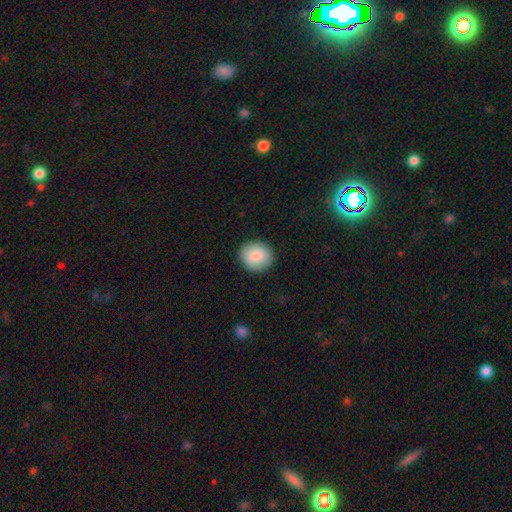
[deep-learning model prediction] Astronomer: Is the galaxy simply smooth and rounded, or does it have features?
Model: smooth — 85%.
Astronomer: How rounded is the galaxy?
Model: round — 83%.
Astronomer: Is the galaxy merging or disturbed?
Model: none — 89%.